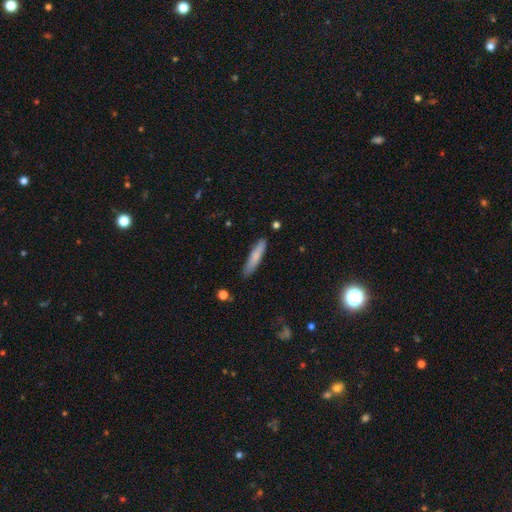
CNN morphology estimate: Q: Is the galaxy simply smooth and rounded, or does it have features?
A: smooth — 78%.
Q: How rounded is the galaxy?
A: cigar-shaped — 88%.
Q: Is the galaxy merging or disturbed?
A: none — 86%.